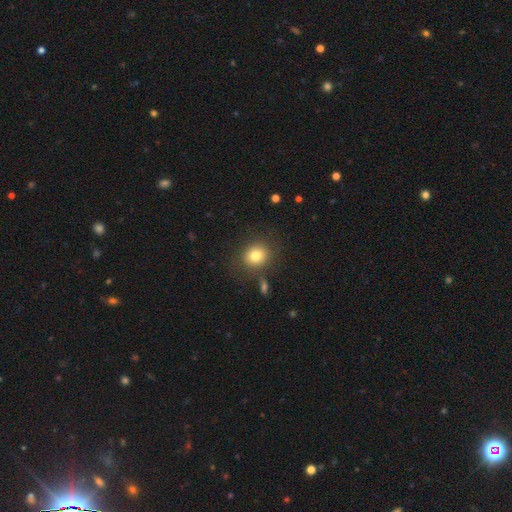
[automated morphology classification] Smooth or featured: smooth — 80% (star or artifact — 11%)
How rounded: round — 74% (in between — 25%)
Merging: none — 80% (minor disturbance — 11%)